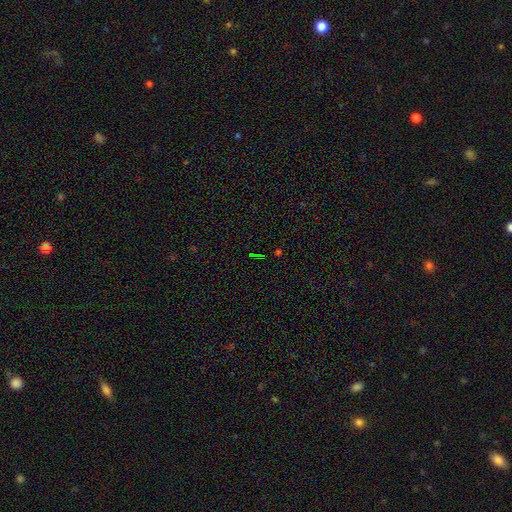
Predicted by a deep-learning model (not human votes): Smooth or featured? star or artifact (75%)